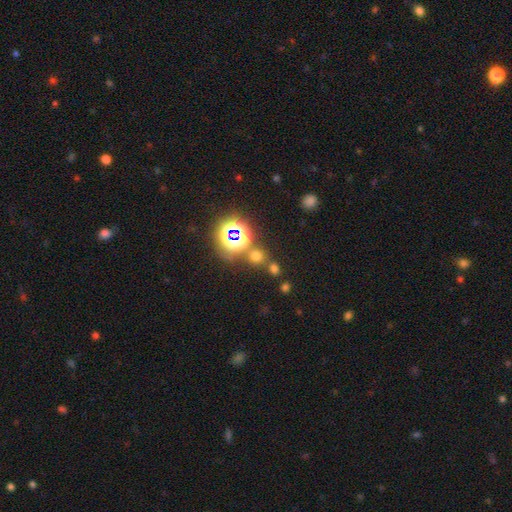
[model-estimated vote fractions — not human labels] This is possibly a smooth galaxy (57%). How rounded: clearly round (84%). Merging: likely none (71%).